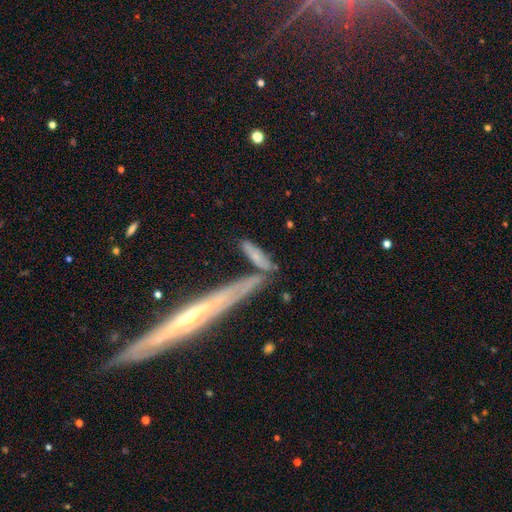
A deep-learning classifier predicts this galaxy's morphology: smooth_or_featured: smooth (p=0.61) [alt: featured or disk p=0.32]
how_rounded: cigar-shaped (p=0.69) [alt: in between p=0.28]
merging: none (p=0.52) [alt: merger p=0.21]